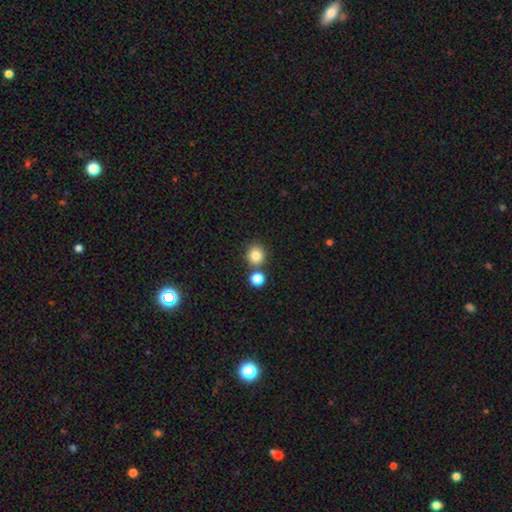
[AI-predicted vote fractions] Smooth or featured?
  - smooth: 82% *
  - star or artifact: 12%
  - featured or disk: 6%
How rounded?
  - round: 87% *
  - in between: 12%
  - cigar-shaped: 1%
Merging?
  - none: 74% *
  - merger: 16%
  - minor disturbance: 8%
  - major disturbance: 3%